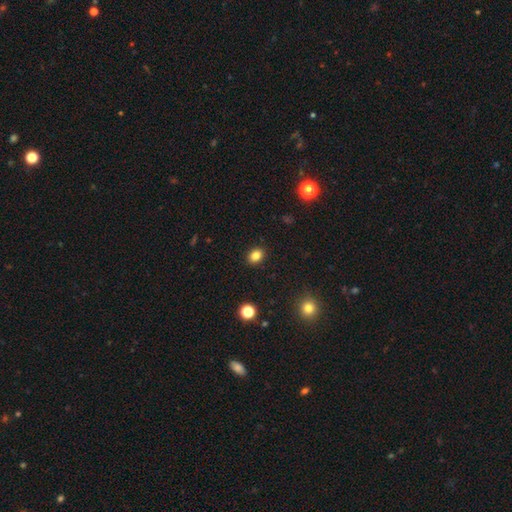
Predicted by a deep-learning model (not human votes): A smooth galaxy with no disk features (83%) that is in between round and cigar-shaped (60%). Merging: none (90%).